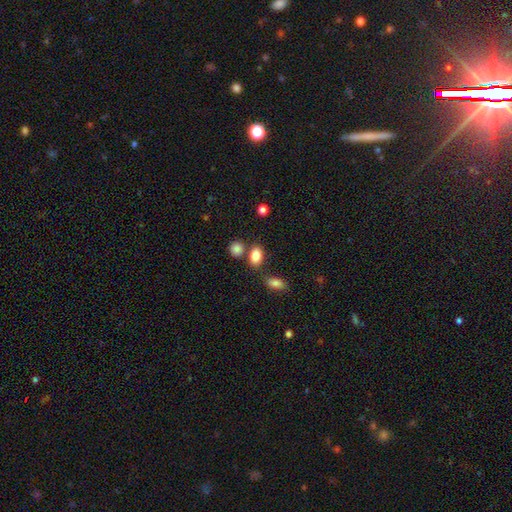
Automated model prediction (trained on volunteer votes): smooth 85%, star or artifact 9%, featured or disk 6%. Down the decision tree: how rounded — in between (82%); merging — none (67%).